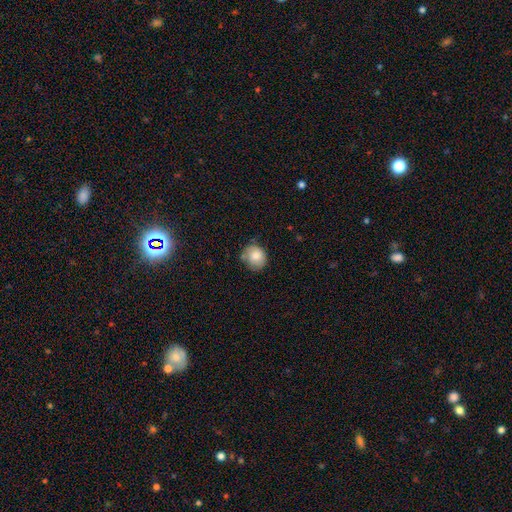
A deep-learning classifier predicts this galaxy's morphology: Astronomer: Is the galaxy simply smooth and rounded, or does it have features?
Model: smooth — 80%.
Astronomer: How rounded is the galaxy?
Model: round — 72%.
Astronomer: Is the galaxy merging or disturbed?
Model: none — 66%.